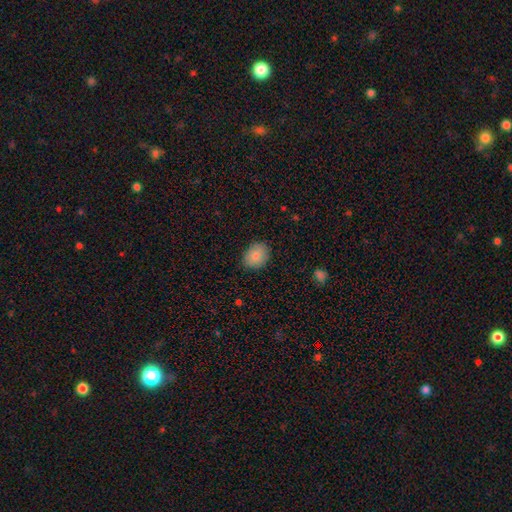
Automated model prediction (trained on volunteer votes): This is clearly a smooth galaxy (84%). How rounded: possibly in between (58%). Merging: clearly none (83%).